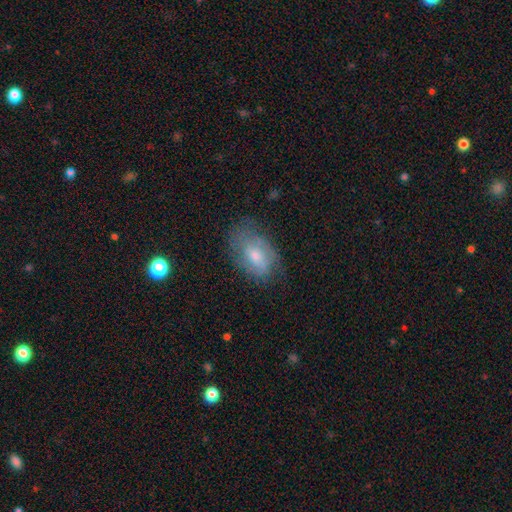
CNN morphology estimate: A smooth galaxy with no disk features (46%, tied with featured or disk).

Vote fractions:
- Smooth or featured? smooth: 46% (tied) / featured or disk: 46% (tied) / star or artifact: 9%
- Merging? none: 63% / minor disturbance: 25% / major disturbance: 10% / merger: 1%